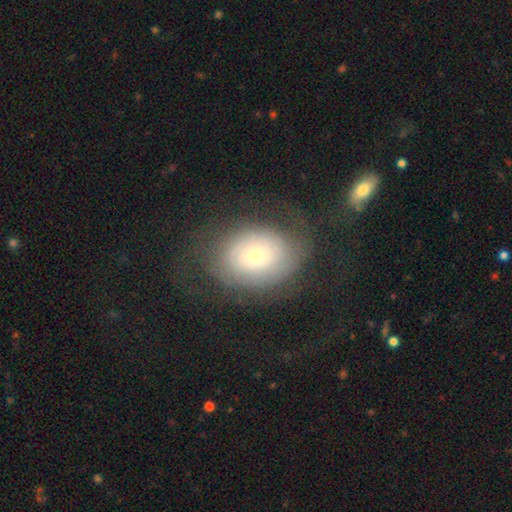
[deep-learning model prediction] Morphology: type=featured or disk (50%); merging=none (58%).